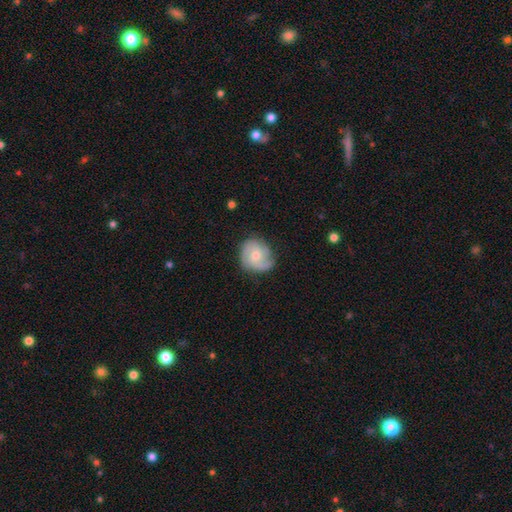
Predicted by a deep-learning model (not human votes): Smooth or featured?
  - featured or disk: 62% *
  - smooth: 32%
  - star or artifact: 6%
Edge-on disk?
  - no: 98% *
  - yes: 2%
Bar?
  - no: 71% *
  - weak: 26%
  - strong: 3%
Spiral arms?
  - yes: 89% *
  - no: 11%
Spiral winding?
  - medium: 43% *
  - tight: 39%
  - loose: 18%
Spiral arm count?
  - 2: 41% *
  - 3: 28%
  - can't tell: 18%
  - 1: 6%
  - 4: 4%
  - more than 4: 3%
Bulge size?
  - moderate: 60% *
  - small: 35%
  - large: 3%
  - none: 2%
  - dominant: 1%
Merging?
  - none: 70% *
  - minor disturbance: 22%
  - major disturbance: 6%
  - merger: 1%